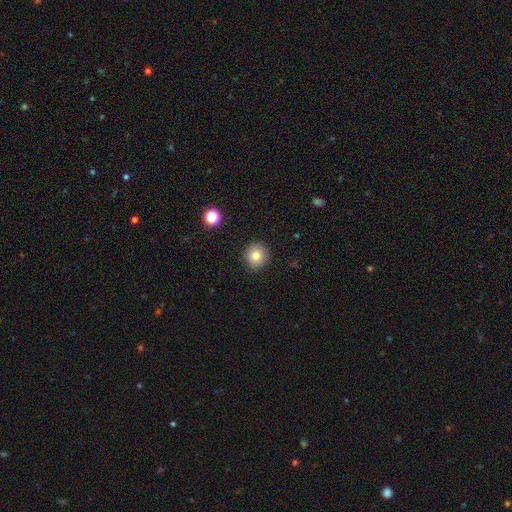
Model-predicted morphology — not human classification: Smooth or featured?
  - smooth: 82% *
  - star or artifact: 10%
  - featured or disk: 8%
How rounded?
  - round: 89% *
  - in between: 10%
  - cigar-shaped: 1%
Merging?
  - none: 90% *
  - minor disturbance: 7%
  - major disturbance: 2%
  - merger: 1%